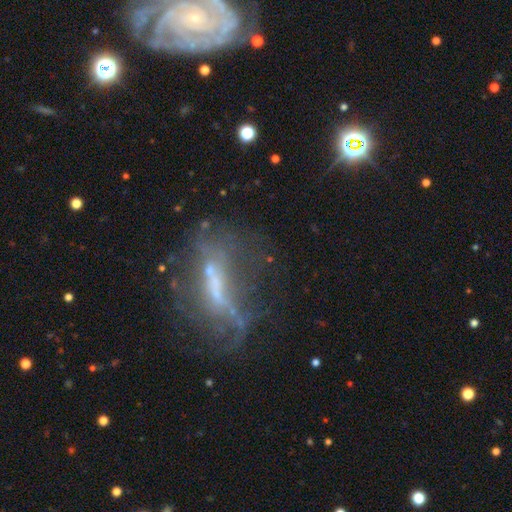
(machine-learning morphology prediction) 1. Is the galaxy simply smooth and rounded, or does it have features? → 59% featured or disk, 22% smooth, 19% star or artifact.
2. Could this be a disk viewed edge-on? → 72% no, 28% yes.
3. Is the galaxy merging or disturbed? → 44% none, 29% major disturbance, 21% minor disturbance, 6% merger.